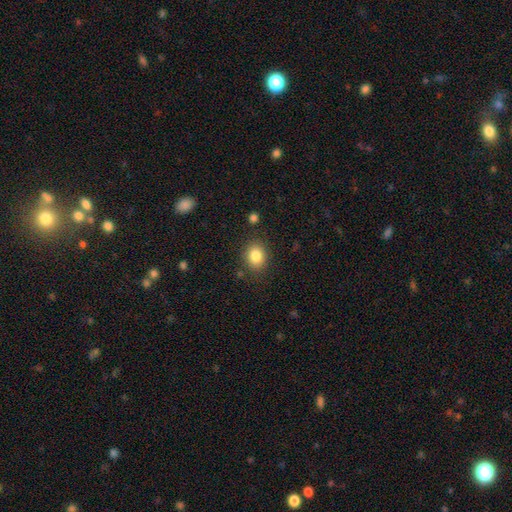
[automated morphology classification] This is clearly a smooth galaxy (84%). How rounded: possibly round (54%). Merging: clearly none (84%).